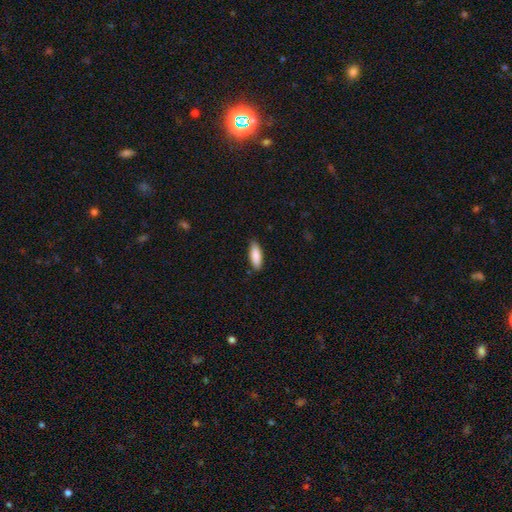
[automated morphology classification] This appears to be a smooth galaxy with no disk features (88%) that is in between round and cigar-shaped (65%). Merging: none (84%).